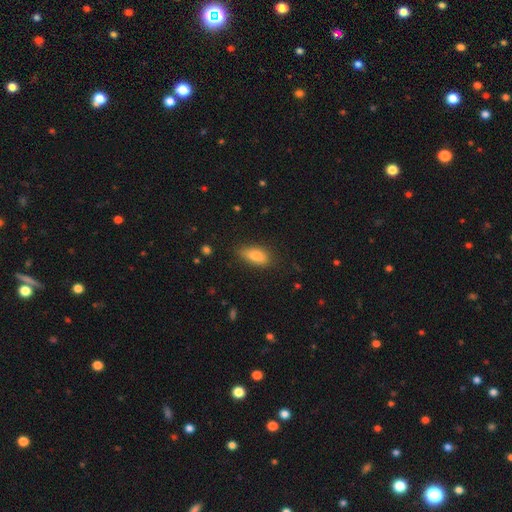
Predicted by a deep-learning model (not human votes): Morphology: type=smooth (83%); roundness=in between (85%); merging=none (70%).